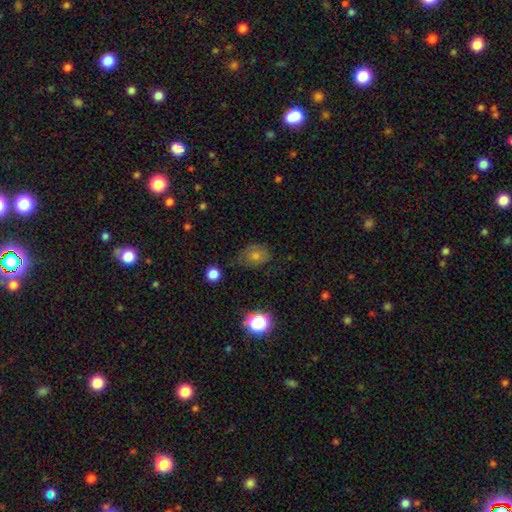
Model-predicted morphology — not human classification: smooth_or_featured: smooth (p=0.65) [alt: star or artifact p=0.21]
how_rounded: round (p=0.54) [alt: in between p=0.45]
merging: none (p=0.59) [alt: minor disturbance p=0.29]